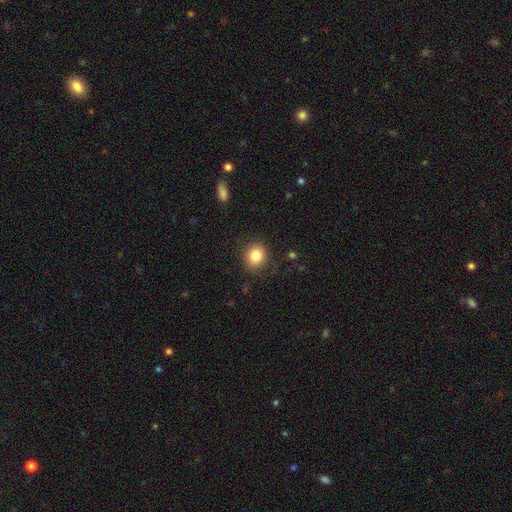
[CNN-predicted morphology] Q: Smooth or featured?
A: smooth (83%); runner-up: star or artifact (10%)
Q: How rounded?
A: round (79%); runner-up: in between (20%)
Q: Merging?
A: none (87%); runner-up: minor disturbance (9%)